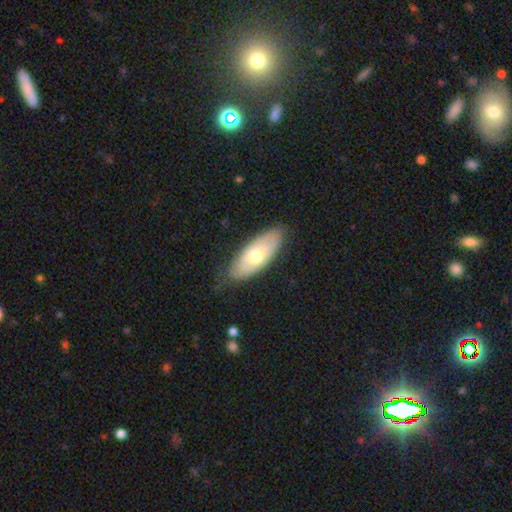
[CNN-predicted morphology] Smooth or featured: smooth — 58% (featured or disk — 37%)
How rounded: in between — 79% (cigar-shaped — 19%)
Merging: none — 79% (minor disturbance — 16%)